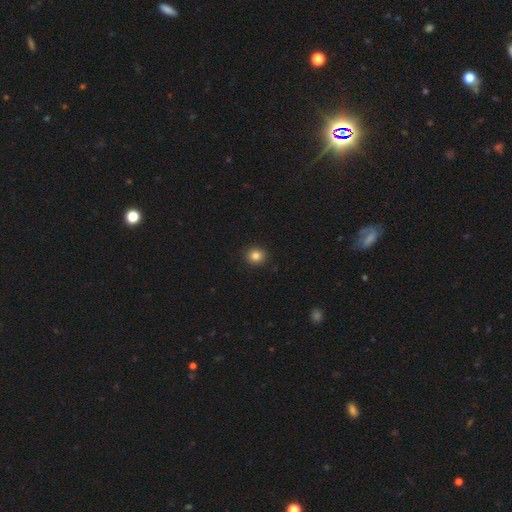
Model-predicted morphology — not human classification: The model was most divided on "how rounded": round: 85%, in between: 14%, cigar-shaped: 1%. More confident: merging — none (92%); smooth or featured — smooth (83%).